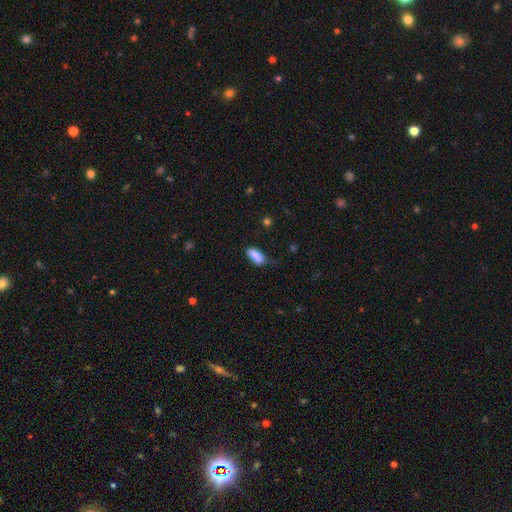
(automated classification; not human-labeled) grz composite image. It shows a smooth galaxy with no disk features (86%) that is in between round and cigar-shaped (86%). Merging: none (64%).